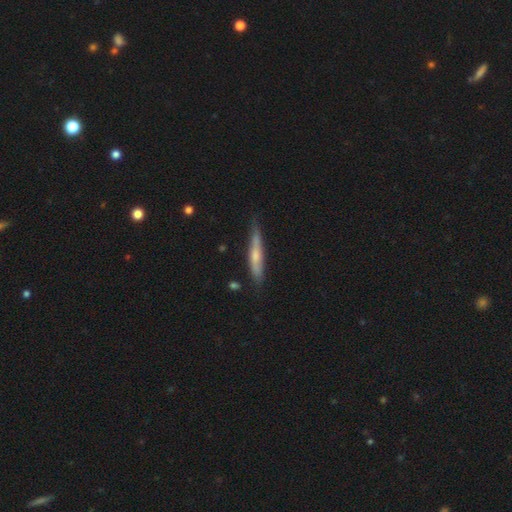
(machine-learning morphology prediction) smooth-or-featured: smooth: 53% | featured or disk: 41% | star or artifact: 6%
  how-rounded: cigar-shaped: 91% | in between: 8% | round: 2%
  merging: none: 70% | minor disturbance: 23% | major disturbance: 4% | merger: 3%